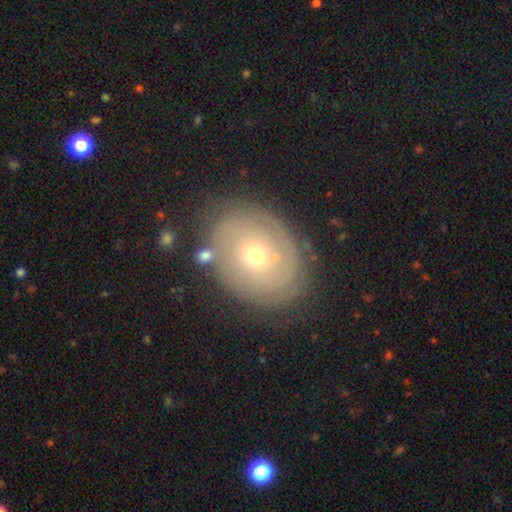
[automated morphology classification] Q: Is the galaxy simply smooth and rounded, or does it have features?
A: featured or disk — 54%.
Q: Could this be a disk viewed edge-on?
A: no — 95%.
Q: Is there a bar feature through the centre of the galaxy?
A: no — 84%.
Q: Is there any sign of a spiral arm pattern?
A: yes — 59%.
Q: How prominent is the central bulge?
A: small — 56%.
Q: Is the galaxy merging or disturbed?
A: none — 80%.